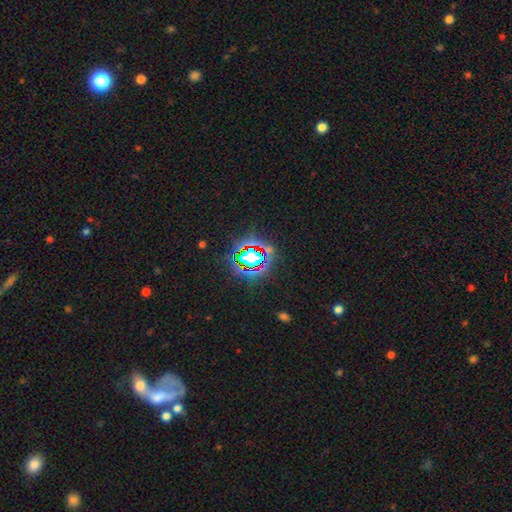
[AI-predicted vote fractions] Q: Smooth or featured?
A: star or artifact (74%); runner-up: smooth (16%)